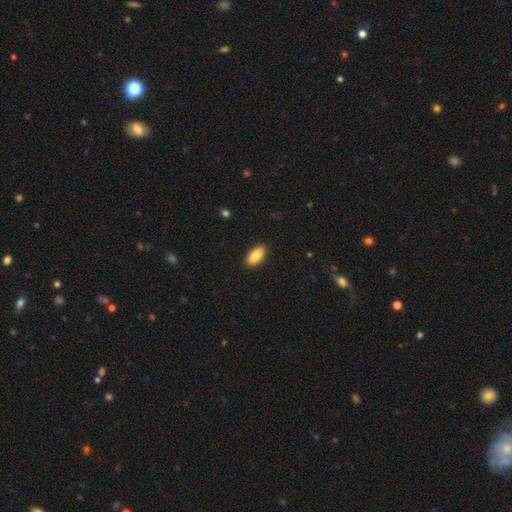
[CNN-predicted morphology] smooth-or-featured: smooth: 87% | featured or disk: 7% | star or artifact: 6%
  how-rounded: in between: 91% | cigar-shaped: 6% | round: 2%
  merging: none: 90% | minor disturbance: 7% | major disturbance: 2% | merger: 1%